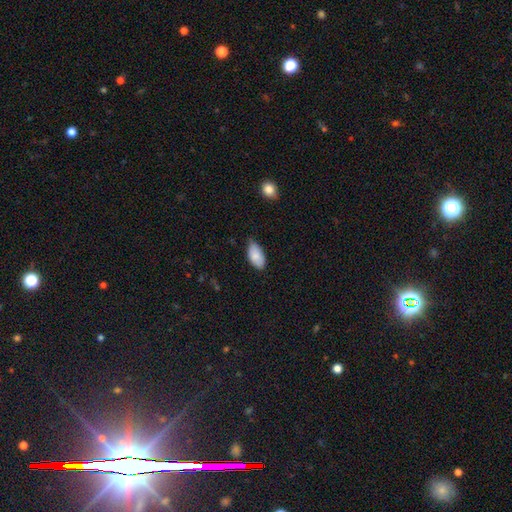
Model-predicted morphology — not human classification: This appears to be a smooth galaxy with no disk features (83%) that is in between round and cigar-shaped (94%). Merging: none (67%).